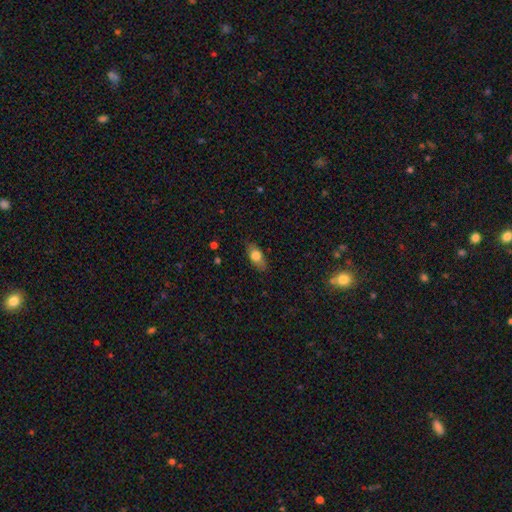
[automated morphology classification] Smooth or featured?
  - smooth: 72% *
  - featured or disk: 20%
  - star or artifact: 7%
How rounded?
  - in between: 81% *
  - cigar-shaped: 12%
  - round: 7%
Merging?
  - none: 81% *
  - minor disturbance: 15%
  - major disturbance: 3%
  - merger: 1%